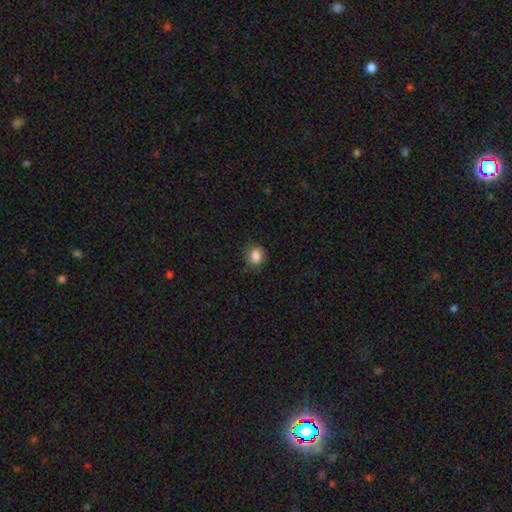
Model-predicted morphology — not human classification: Smooth or featured: smooth — 84% (star or artifact — 10%)
How rounded: round — 71% (in between — 28%)
Merging: none — 79% (minor disturbance — 16%)